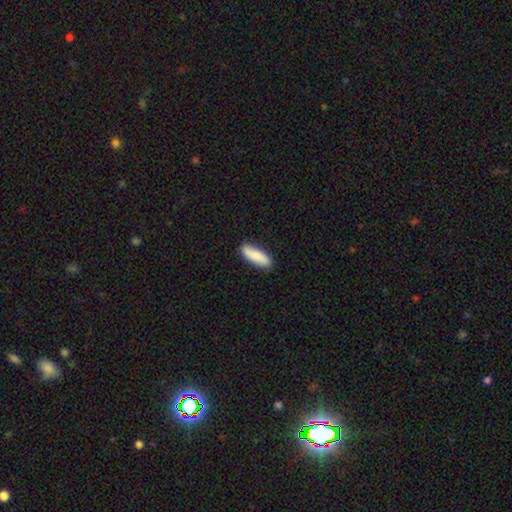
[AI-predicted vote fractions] Smooth or featured?
  - smooth: 82% *
  - featured or disk: 12%
  - star or artifact: 5%
How rounded?
  - in between: 50% *
  - cigar-shaped: 48%
  - round: 2%
Merging?
  - none: 87% *
  - minor disturbance: 10%
  - major disturbance: 2%
  - merger: 1%